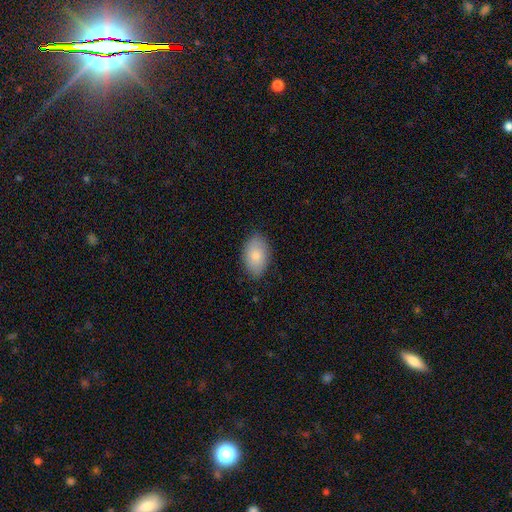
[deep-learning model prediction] This appears to be a smooth galaxy with no disk features (80%) that is in between round and cigar-shaped (90%). Merging: none (84%).